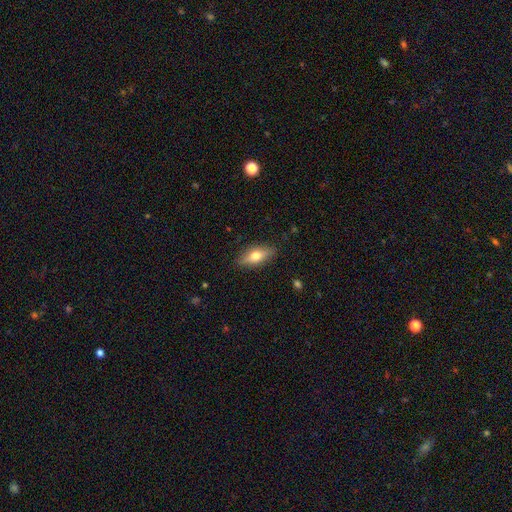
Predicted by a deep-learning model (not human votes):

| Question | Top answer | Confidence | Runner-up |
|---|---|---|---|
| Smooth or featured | smooth | 54% | featured or disk (39%) |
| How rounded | in between | 63% | cigar-shaped (33%) |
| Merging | none | 86% | minor disturbance (10%) |